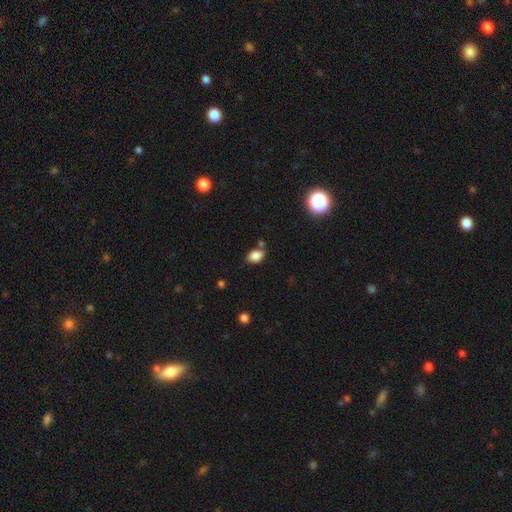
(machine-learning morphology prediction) smooth_or_featured: smooth (p=0.83) [alt: star or artifact p=0.10]
how_rounded: in between (p=0.79) [alt: round p=0.20]
merging: none (p=0.67) [alt: minor disturbance p=0.18]